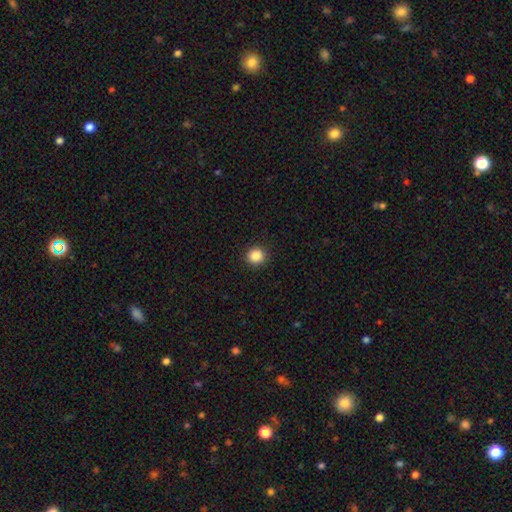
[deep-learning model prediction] smooth_or_featured: smooth (p=0.87) [alt: star or artifact p=0.10]
how_rounded: round (p=0.91) [alt: in between p=0.08]
merging: none (p=0.92) [alt: minor disturbance p=0.05]